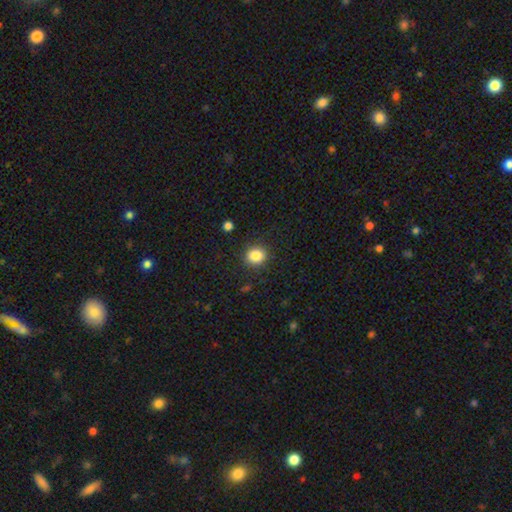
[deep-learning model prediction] Smooth or featured: smooth — 85% (star or artifact — 10%)
How rounded: round — 77% (in between — 22%)
Merging: none — 88% (minor disturbance — 8%)